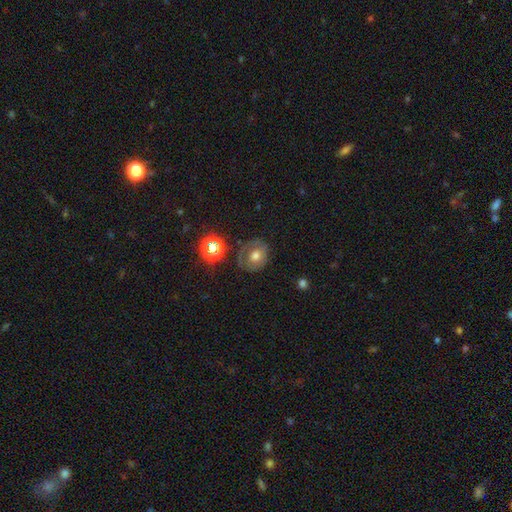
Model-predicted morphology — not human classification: Smooth or featured: smooth — 50% (featured or disk — 36%)
How rounded: round — 67% (in between — 33%)
Merging: none — 69% (minor disturbance — 19%)